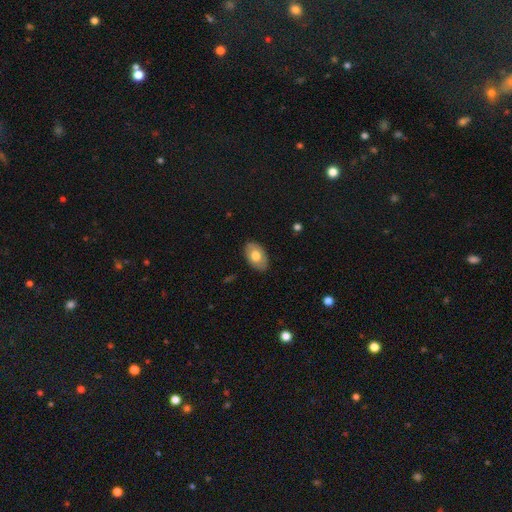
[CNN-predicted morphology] The model was most divided on "smooth or featured": smooth: 70%, featured or disk: 24%, star or artifact: 6%. More confident: how rounded — in between (90%); merging — none (85%).